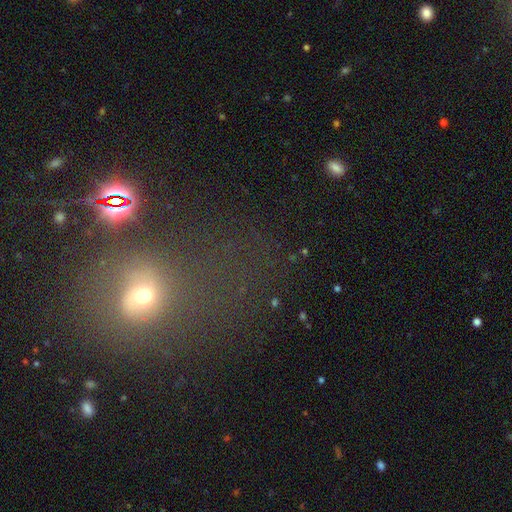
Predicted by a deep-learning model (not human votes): Smooth or featured? Predicted: star or artifact (p=0.47).